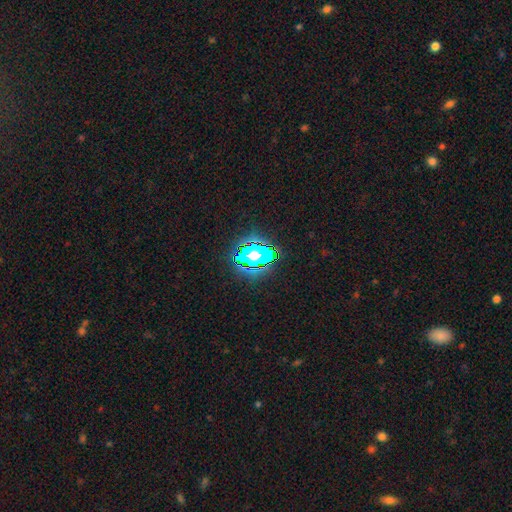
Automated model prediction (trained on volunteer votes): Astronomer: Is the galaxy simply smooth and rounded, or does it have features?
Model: star or artifact — 59%.